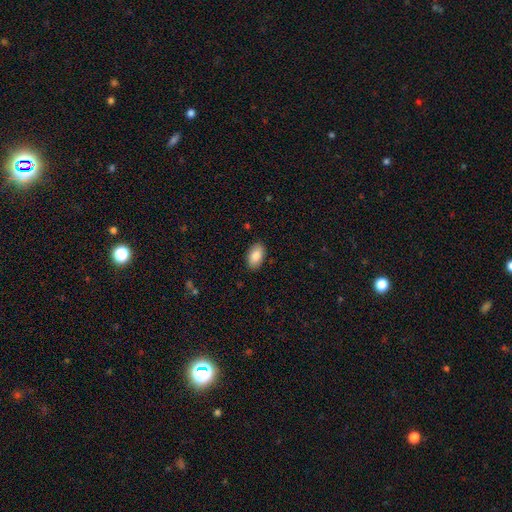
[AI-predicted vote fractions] smooth 85%, featured or disk 9%, star or artifact 6%. Down the decision tree: how rounded — in between (94%); merging — none (88%).